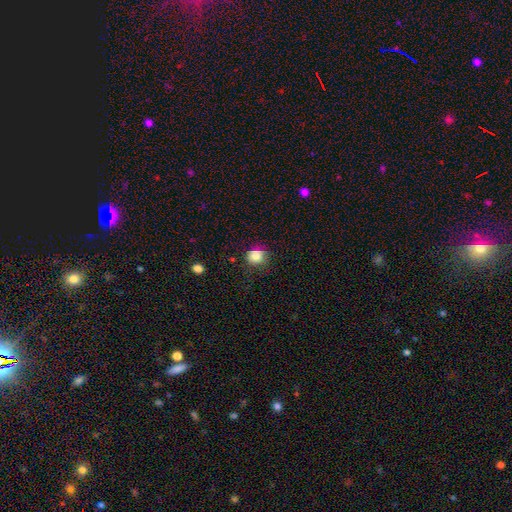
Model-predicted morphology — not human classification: This appears to be a smooth galaxy with no disk features (84%) that is round (80%). Merging: none (75%).